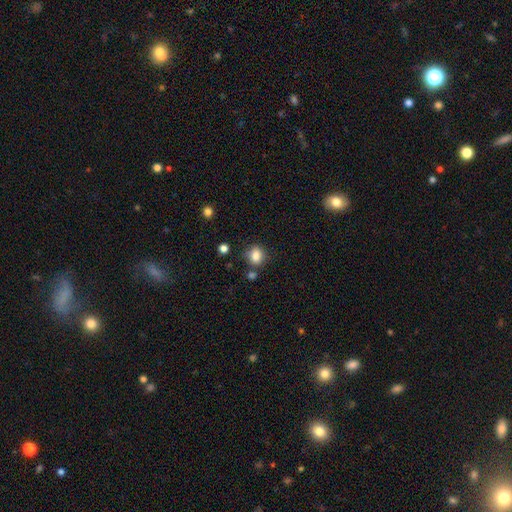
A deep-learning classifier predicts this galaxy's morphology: Smooth or featured? Predicted: smooth (p=0.84). How rounded? Predicted: round (p=0.66). Merging? Predicted: none (p=0.74).